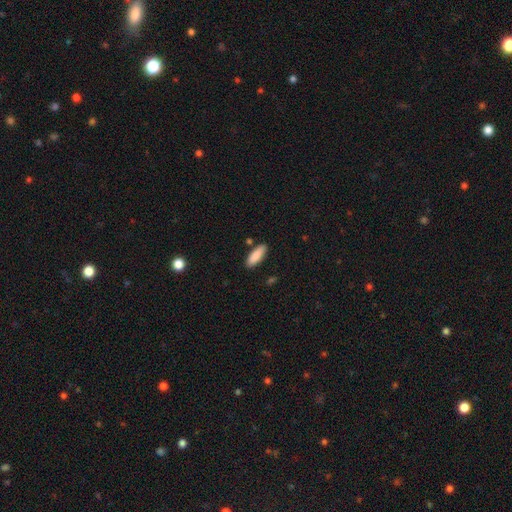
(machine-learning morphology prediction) A smooth galaxy with no disk features (88%) that is in between round and cigar-shaped (64%).

Vote fractions:
- Smooth or featured? smooth: 88% / featured or disk: 6% / star or artifact: 6%
- How rounded? in between: 64% / cigar-shaped: 34% / round: 2%
- Merging? none: 85% / minor disturbance: 10% / merger: 3% / major disturbance: 2%